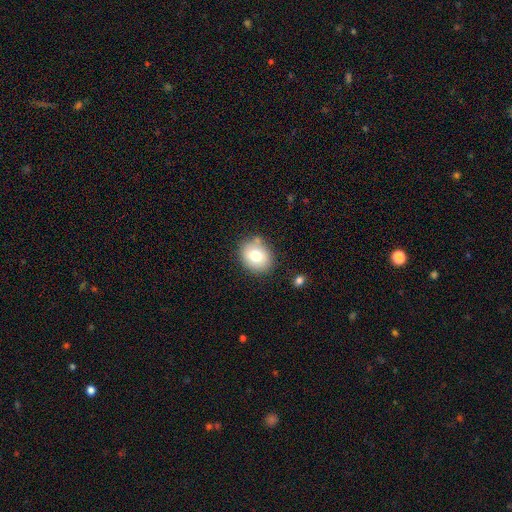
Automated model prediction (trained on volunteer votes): The model was most divided on "how rounded": round: 63%, in between: 36%, cigar-shaped: 1%. More confident: merging — none (79%); smooth or featured — smooth (74%).